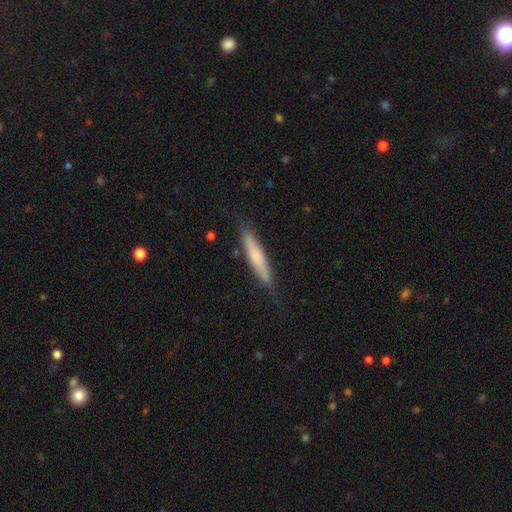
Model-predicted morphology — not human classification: This is likely a smooth galaxy (63%). How rounded: clearly cigar-shaped (91%). Merging: likely none (78%).